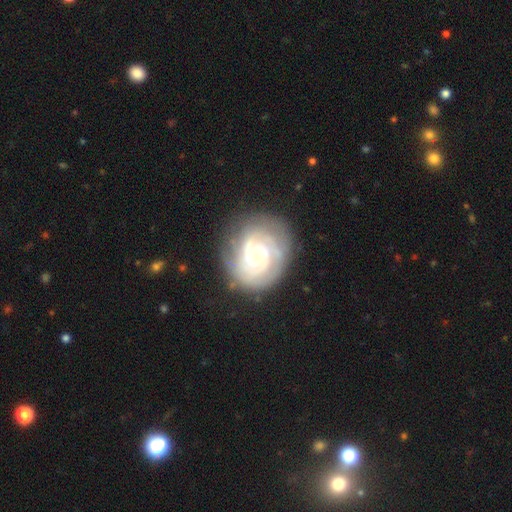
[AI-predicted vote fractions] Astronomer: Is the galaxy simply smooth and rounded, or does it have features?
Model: featured or disk — 81%.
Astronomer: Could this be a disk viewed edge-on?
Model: no — 98%.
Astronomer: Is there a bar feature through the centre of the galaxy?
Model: no — 74%.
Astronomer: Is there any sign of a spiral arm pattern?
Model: yes — 96%.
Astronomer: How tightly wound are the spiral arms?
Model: tight — 75%.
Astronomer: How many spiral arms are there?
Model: can't tell — 30% (runner-up: 2, 26%).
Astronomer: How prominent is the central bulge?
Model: small — 67%.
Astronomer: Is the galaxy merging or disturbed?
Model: none — 77%.